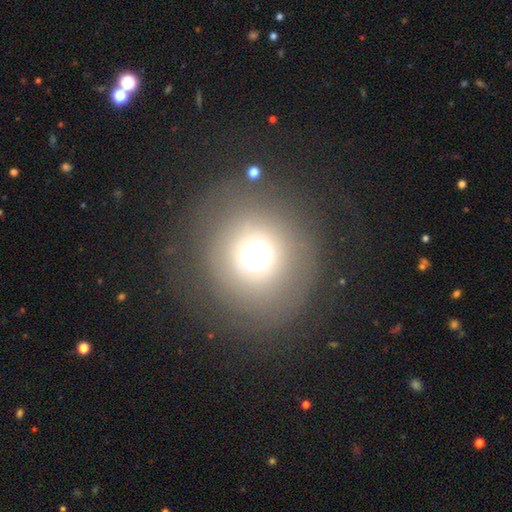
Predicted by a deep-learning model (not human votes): smooth 61%, featured or disk 22%, star or artifact 18%. Down the decision tree: how rounded — round (90%); merging — none (75%).